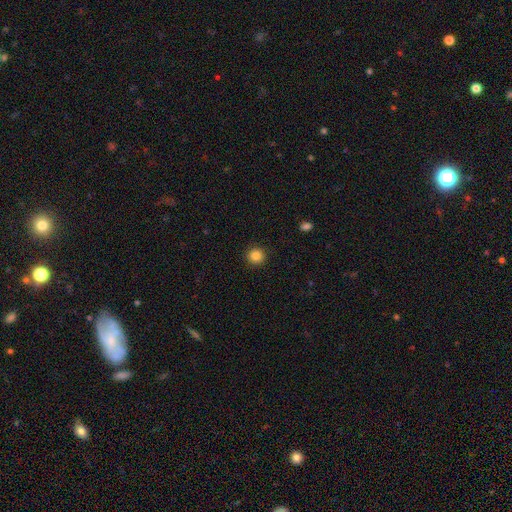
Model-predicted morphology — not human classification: Q: Smooth or featured?
A: smooth (85%); runner-up: star or artifact (11%)
Q: How rounded?
A: round (94%); runner-up: in between (5%)
Q: Merging?
A: none (92%); runner-up: minor disturbance (5%)